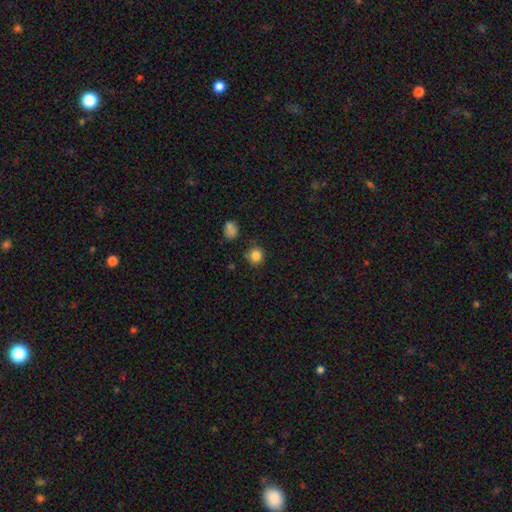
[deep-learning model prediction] This is clearly a smooth galaxy (85%). How rounded: clearly round (90%). Merging: clearly none (82%).